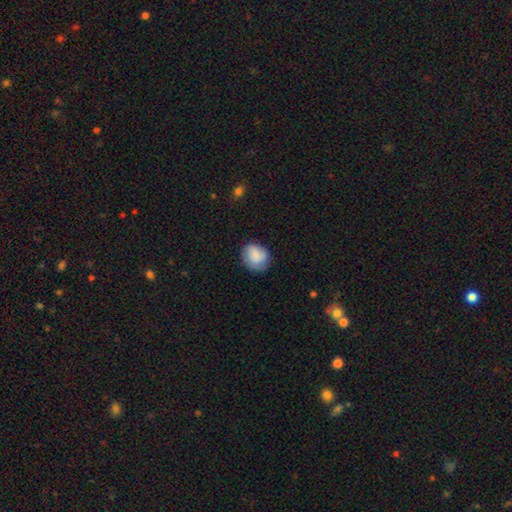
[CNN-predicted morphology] This appears to be a smooth galaxy with no disk features (82%) that is round (65%). Merging: none (72%).